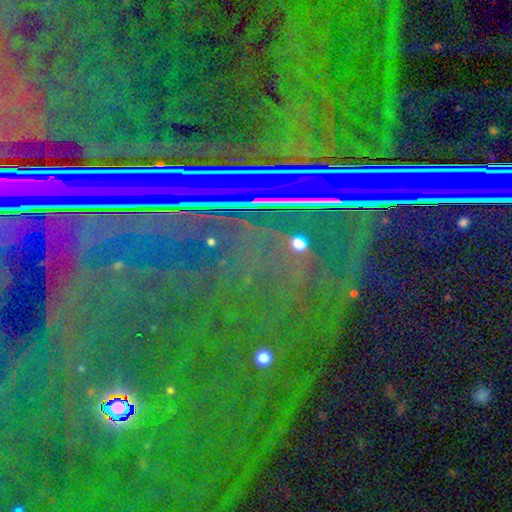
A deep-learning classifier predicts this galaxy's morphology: smooth_or_featured: star or artifact (p=0.87) [alt: featured or disk p=0.08]